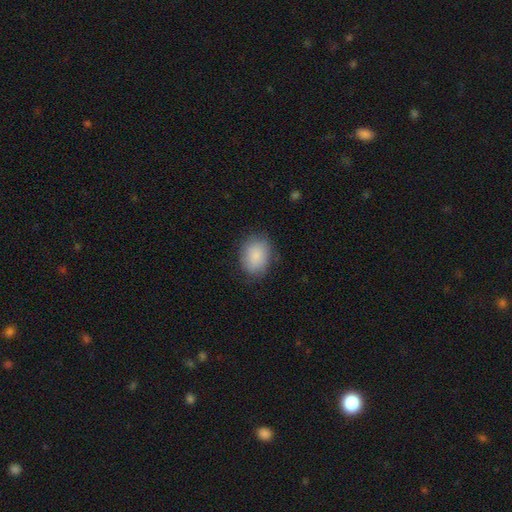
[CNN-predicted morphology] smooth-or-featured: smooth: 86% | featured or disk: 7% | star or artifact: 7%
  how-rounded: in between: 67% | round: 32% | cigar-shaped: 1%
  merging: none: 78% | minor disturbance: 16% | major disturbance: 5% | merger: 1%